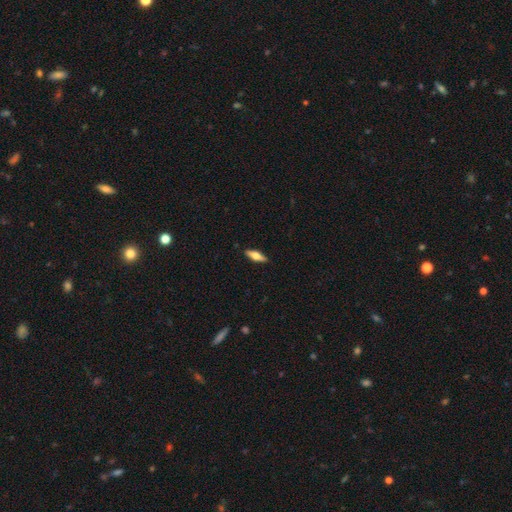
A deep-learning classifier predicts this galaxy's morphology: Smooth or featured? Predicted: smooth (p=0.52). How rounded? Predicted: in between (p=0.52). Merging? Predicted: none (p=0.89).